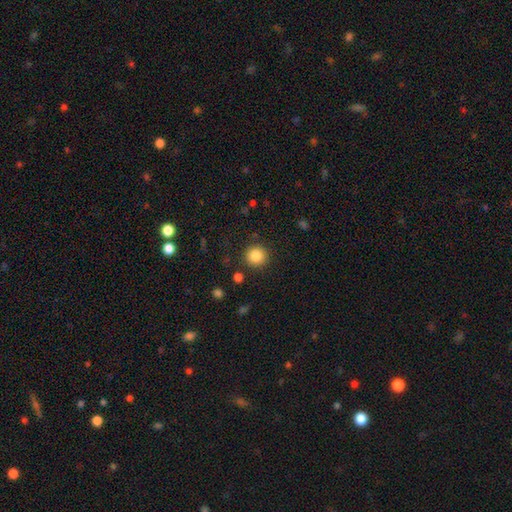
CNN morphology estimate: smooth-or-featured: smooth: 85% | star or artifact: 10% | featured or disk: 4%
  how-rounded: round: 92% | in between: 7% | cigar-shaped: 1%
  merging: none: 89% | minor disturbance: 6% | major disturbance: 3% | merger: 2%